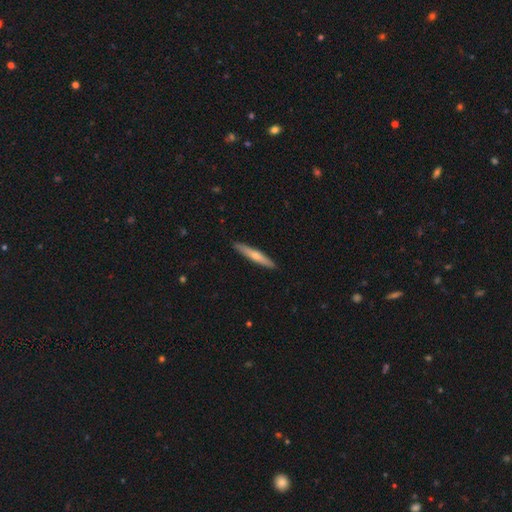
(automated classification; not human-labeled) smooth-or-featured: smooth: 54% | featured or disk: 41% | star or artifact: 5%
  how-rounded: cigar-shaped: 92% | in between: 6% | round: 1%
  merging: none: 91% | minor disturbance: 7% | major disturbance: 1% | merger: 1%